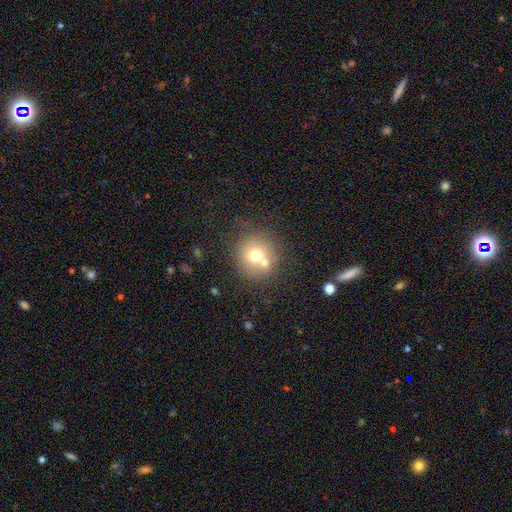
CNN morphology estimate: Overall: smooth (66%). How rounded: round (90%). Merging: none (56%; merger 30%).